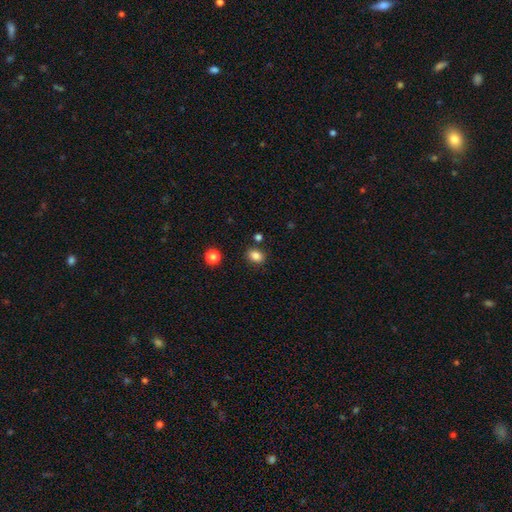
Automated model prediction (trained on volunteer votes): A smooth galaxy with no disk features (85%) that is in between round and cigar-shaped (62%). Merging: none (83%).